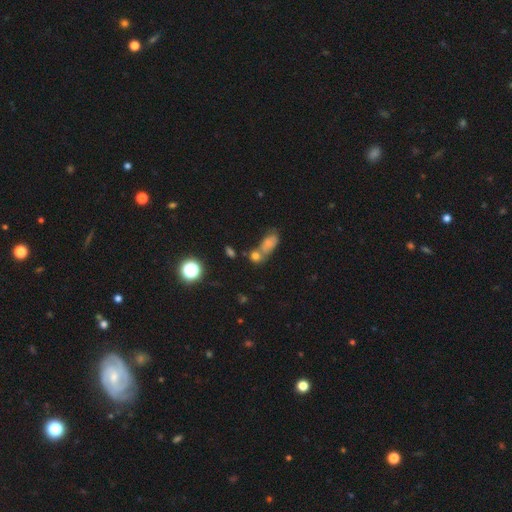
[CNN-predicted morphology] type=smooth (52%); roundness=in between (60%); merging=merger (43%).